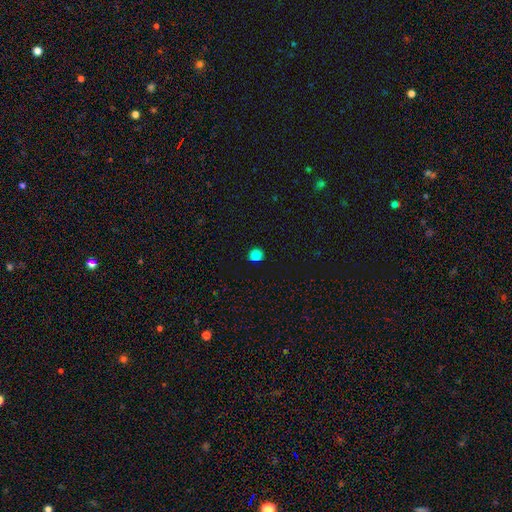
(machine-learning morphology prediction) Smooth or featured? Predicted: smooth (p=0.85). How rounded? Predicted: round (p=0.90). Merging? Predicted: none (p=0.89).